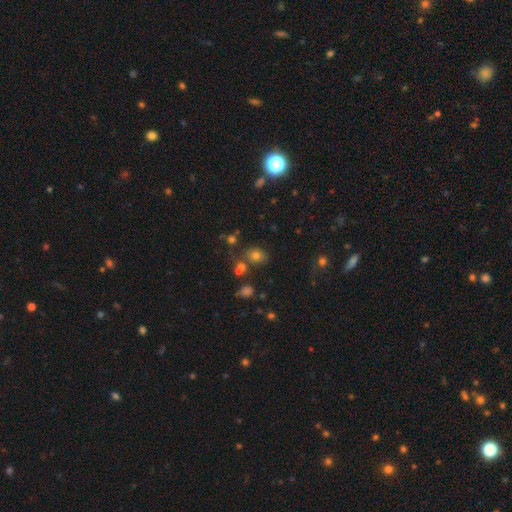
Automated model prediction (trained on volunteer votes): Smooth or featured?
  - smooth: 69% *
  - star or artifact: 19%
  - featured or disk: 12%
How rounded?
  - round: 54% *
  - in between: 45%
  - cigar-shaped: 1%
Merging?
  - none: 68% *
  - minor disturbance: 14%
  - merger: 12%
  - major disturbance: 5%